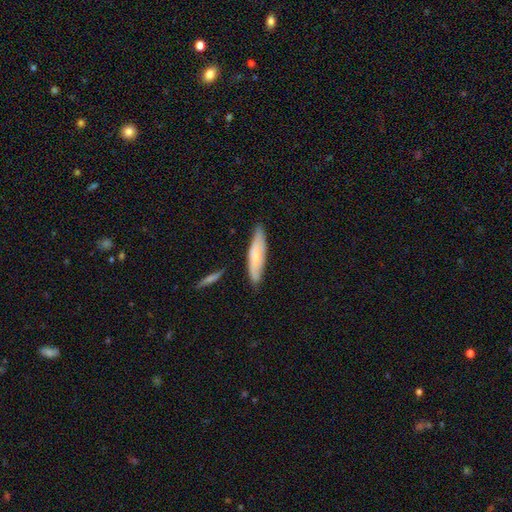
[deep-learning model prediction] This appears to be a smooth galaxy with no disk features (60%) that is cigar-shaped (71%). Merging: none (79%).